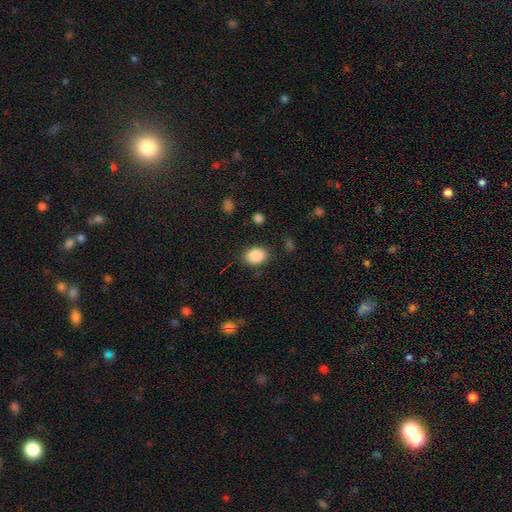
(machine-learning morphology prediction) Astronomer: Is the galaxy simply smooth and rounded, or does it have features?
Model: smooth — 88%.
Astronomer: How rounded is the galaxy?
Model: in between — 65%.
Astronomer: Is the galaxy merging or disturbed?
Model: none — 83%.